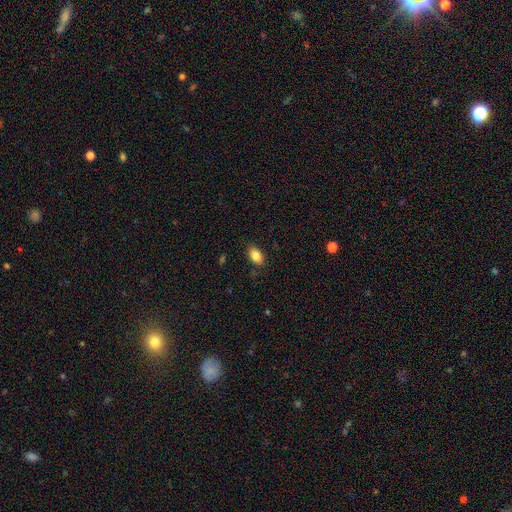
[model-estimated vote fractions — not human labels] A smooth galaxy with no disk features (85%) that is in between round and cigar-shaped (90%). Merging: none (86%).